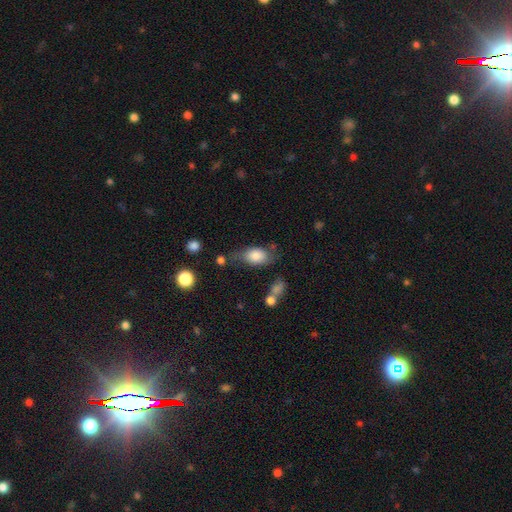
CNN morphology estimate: This is likely a smooth galaxy (80%). How rounded: clearly in between (86%). Merging: possibly none (55%).